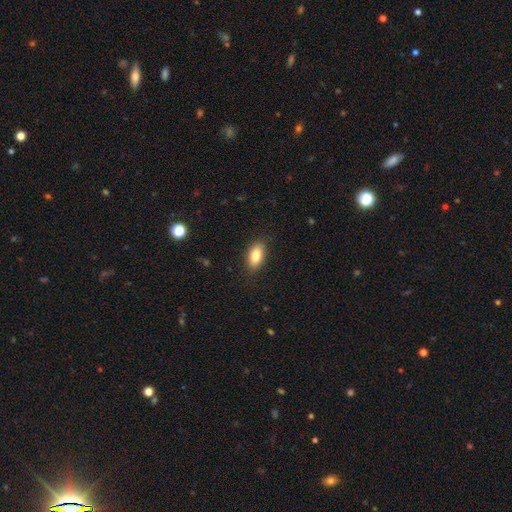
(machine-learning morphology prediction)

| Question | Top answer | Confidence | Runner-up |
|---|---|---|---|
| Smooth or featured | smooth | 83% | featured or disk (9%) |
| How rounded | in between | 89% | cigar-shaped (7%) |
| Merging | none | 85% | minor disturbance (11%) |